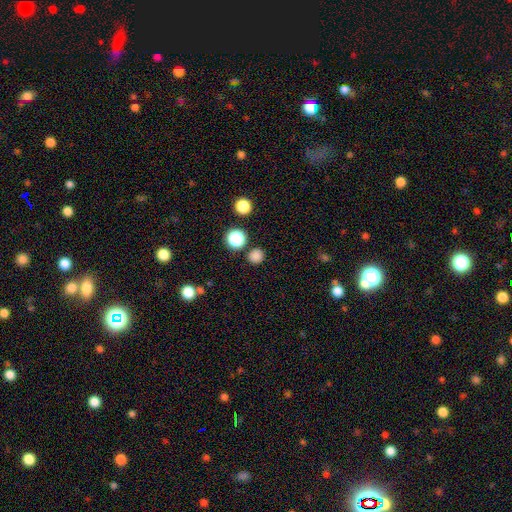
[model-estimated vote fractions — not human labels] The model was most divided on "smooth or featured": smooth: 81%, star or artifact: 16%, featured or disk: 3%. More confident: how rounded — round (91%); merging — none (87%).